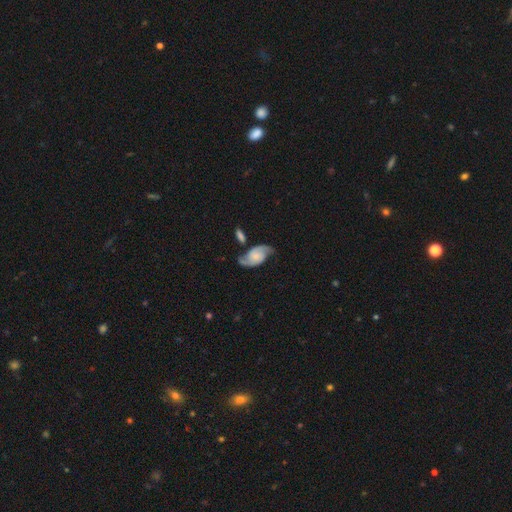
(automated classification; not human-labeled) The model was most divided on "bulge size": small: 42%, none: 30%, moderate: 19%, large: 6%, dominant: 2%. Remaining: spiral arms — yes (97%); edge-on disk — no (97%); spiral arm count — 2 (93%); smooth or featured — featured or disk (84%); merging — none (67%); bar — no (62%); spiral winding — medium (48%).